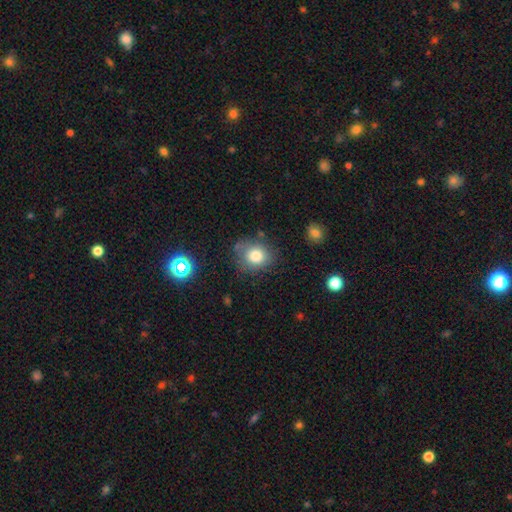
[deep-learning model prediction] Smooth or featured: smooth — 79% (star or artifact — 12%)
How rounded: round — 66% (in between — 33%)
Merging: none — 70% (minor disturbance — 19%)